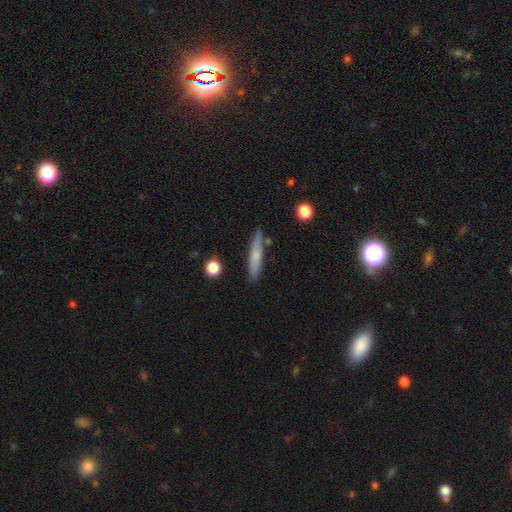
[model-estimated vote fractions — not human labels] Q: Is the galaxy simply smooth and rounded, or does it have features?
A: smooth — 61%.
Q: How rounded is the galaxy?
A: cigar-shaped — 90%.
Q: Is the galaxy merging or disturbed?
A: none — 83%.